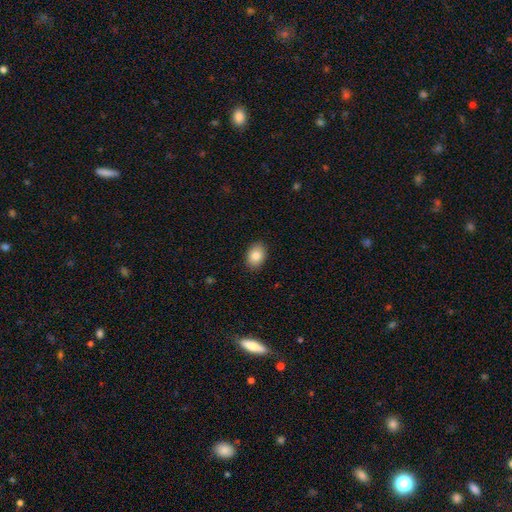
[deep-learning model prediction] Smooth or featured? smooth (85%)
How rounded? in between (77%)
Merging? none (89%)